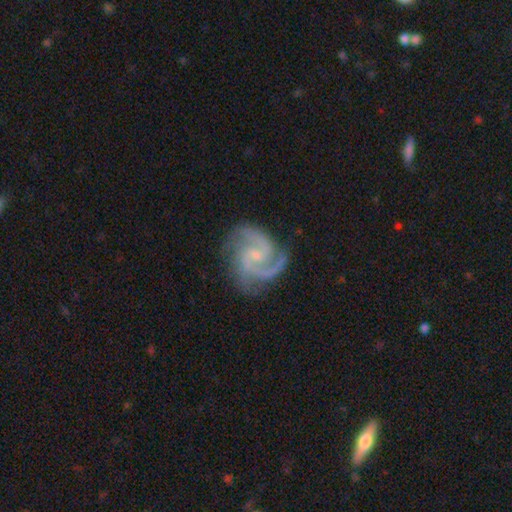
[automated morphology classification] Smooth or featured: featured or disk — 93% (star or artifact — 4%)
Edge-on disk: no — 98% (yes — 2%)
Bar: no — 49% (weak — 42%)
Spiral arms: yes — 99% (no — 1%)
Spiral winding: medium — 58% (tight — 33%)
Spiral arm count: 2 — 67% (3 — 23%)
Bulge size: small — 65% (moderate — 23%)
Merging: none — 77% (minor disturbance — 16%)